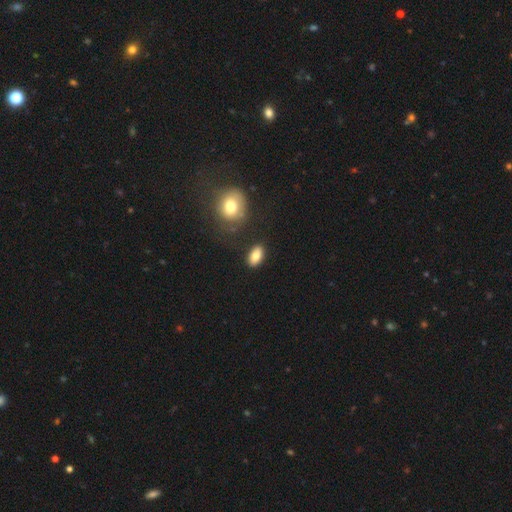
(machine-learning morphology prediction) A smooth galaxy with no disk features (82%) that is in between round and cigar-shaped (89%). Merging: none (84%).